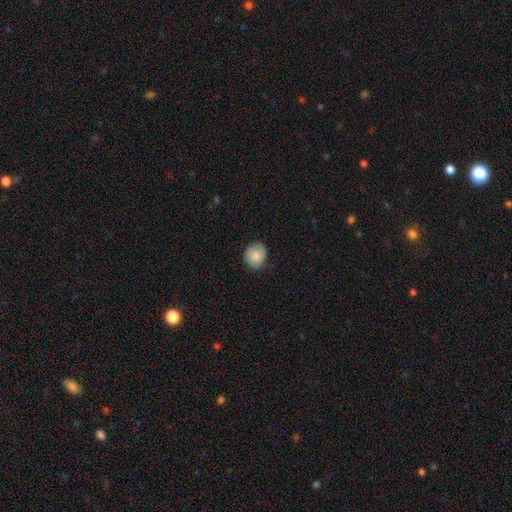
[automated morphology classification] Smooth or featured: smooth — 84% (featured or disk — 8%)
How rounded: round — 76% (in between — 23%)
Merging: none — 77% (minor disturbance — 19%)